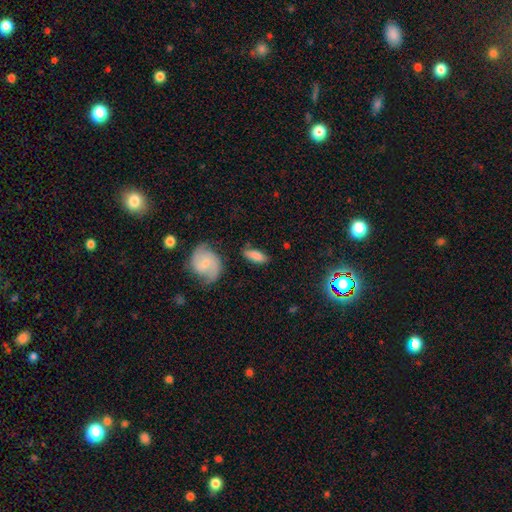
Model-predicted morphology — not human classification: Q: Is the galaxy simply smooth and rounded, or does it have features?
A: smooth — 78%.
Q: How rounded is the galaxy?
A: in between — 73%.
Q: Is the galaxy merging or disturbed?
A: none — 74%.